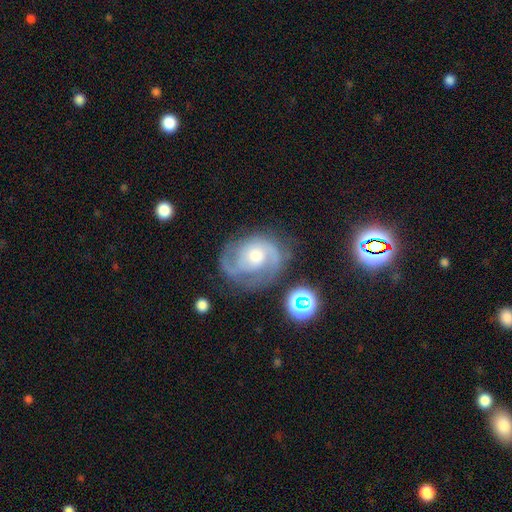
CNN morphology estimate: smooth_or_featured: featured or disk (p=0.82) [alt: smooth p=0.10]
disk_edge_on: no (p=0.98) [alt: yes p=0.02]
bar: no (p=0.67) [alt: weak p=0.28]
has_spiral_arms: yes (p=0.95) [alt: no p=0.05]
spiral_winding: medium (p=0.48) [alt: tight p=0.38]
spiral_arm_count: 2 (p=0.68) [alt: can't tell p=0.12]
bulge_size: moderate (p=0.59) [alt: small p=0.25]
merging: none (p=0.65) [alt: minor disturbance p=0.21]